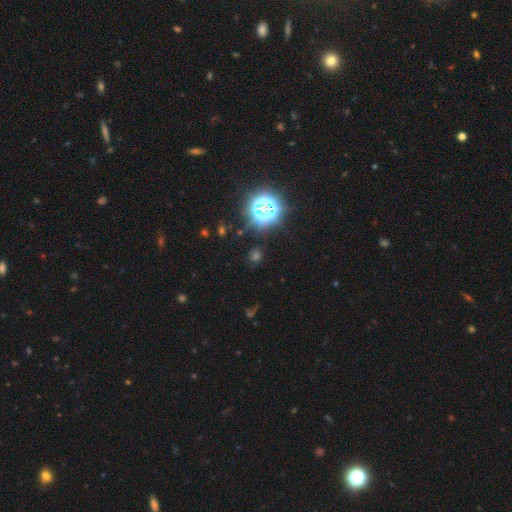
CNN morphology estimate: A star or artifact, not a galaxy (56%).

Vote fractions:
- Smooth or featured? star or artifact: 56% / smooth: 35% / featured or disk: 8%